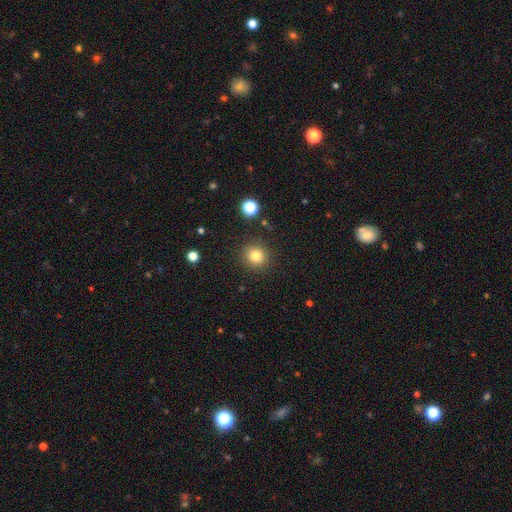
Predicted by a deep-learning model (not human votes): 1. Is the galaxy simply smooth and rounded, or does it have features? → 81% smooth, 13% star or artifact, 6% featured or disk.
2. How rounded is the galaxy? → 91% round, 8% in between, 1% cigar-shaped.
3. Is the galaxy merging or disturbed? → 89% none, 7% minor disturbance, 3% major disturbance, 2% merger.